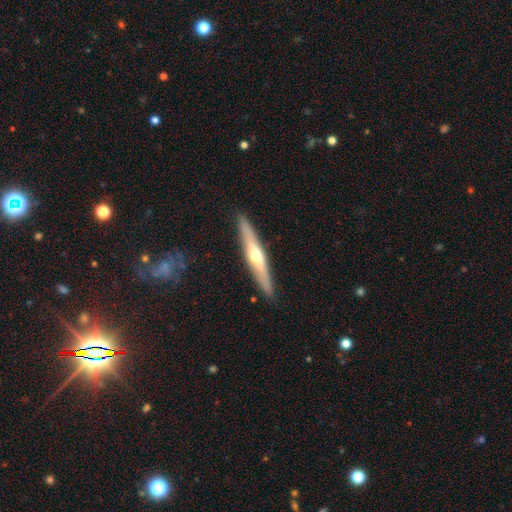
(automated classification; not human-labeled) A featured or disk galaxy (63%) viewed edge-on (94%) with a rounded central bulge (89%). Merging: none (91%).